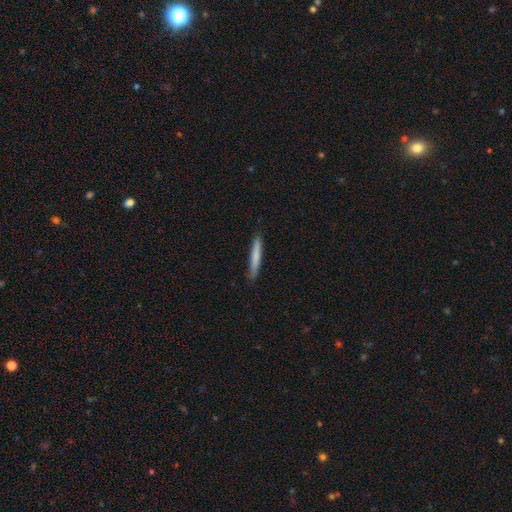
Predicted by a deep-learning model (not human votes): Smooth or featured?
  - smooth: 76% *
  - featured or disk: 19%
  - star or artifact: 5%
How rounded?
  - cigar-shaped: 95% *
  - in between: 3%
  - round: 1%
Merging?
  - none: 88% *
  - minor disturbance: 9%
  - major disturbance: 1%
  - merger: 1%